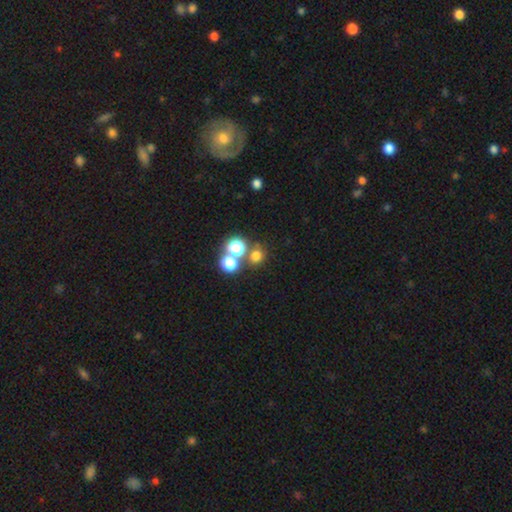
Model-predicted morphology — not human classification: Smooth or featured? Predicted: smooth (p=0.69). How rounded? Predicted: round (p=0.87). Merging? Predicted: none (p=0.66).